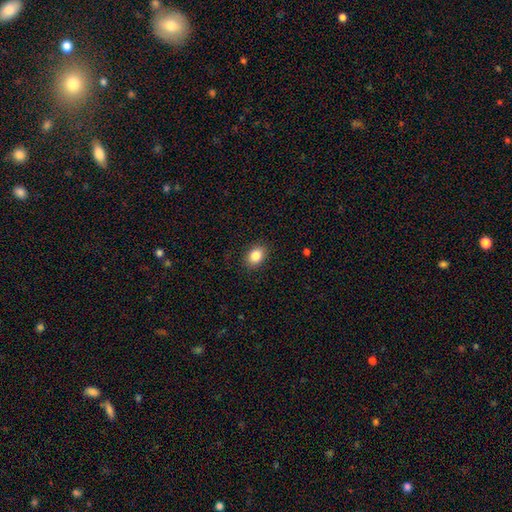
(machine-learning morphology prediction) A smooth galaxy with no disk features (85%) that is in between round and cigar-shaped (67%). Merging: none (89%).